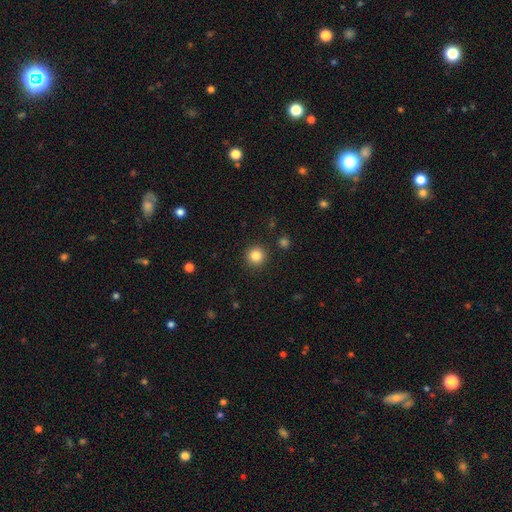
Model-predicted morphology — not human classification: A smooth galaxy with no disk features (84%) that is round (94%).

Vote fractions:
- Smooth or featured? smooth: 84% / star or artifact: 11% / featured or disk: 5%
- How rounded? round: 94% / in between: 5% / cigar-shaped: 1%
- Merging? none: 91% / minor disturbance: 5% / major disturbance: 2% / merger: 2%